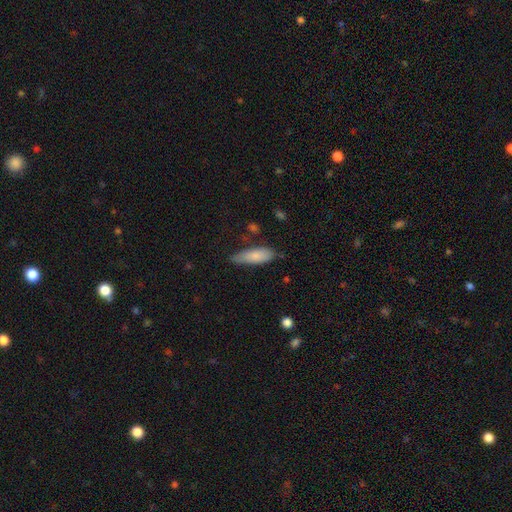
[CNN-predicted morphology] Smooth or featured?
  - smooth: 81% *
  - featured or disk: 13%
  - star or artifact: 6%
How rounded?
  - in between: 54% *
  - cigar-shaped: 44%
  - round: 2%
Merging?
  - none: 65% *
  - minor disturbance: 28%
  - major disturbance: 5%
  - merger: 3%